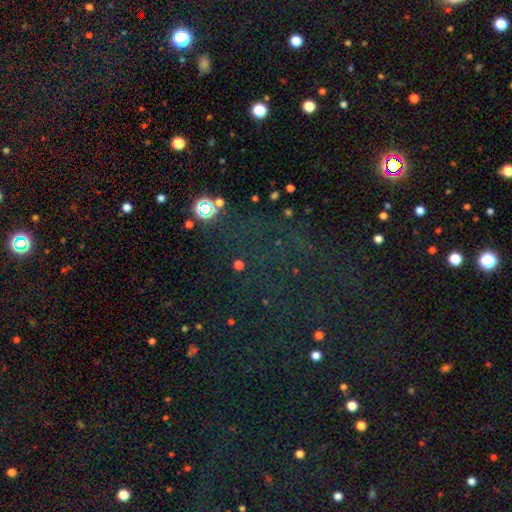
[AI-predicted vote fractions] smooth-or-featured: star or artifact: 71% | smooth: 19% | featured or disk: 10%